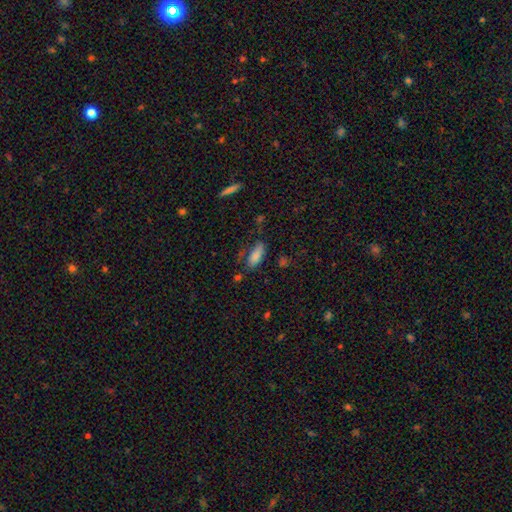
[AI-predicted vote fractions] smooth_or_featured: smooth (p=0.83) [alt: featured or disk p=0.09]
how_rounded: in between (p=0.81) [alt: cigar-shaped p=0.17]
merging: none (p=0.60) [alt: minor disturbance p=0.25]